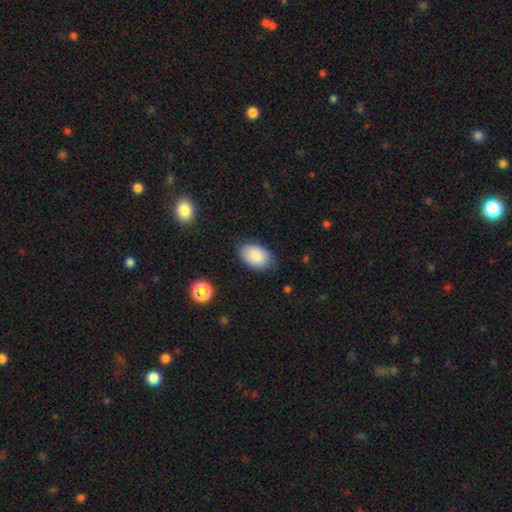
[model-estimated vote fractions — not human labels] This appears to be a smooth galaxy with no disk features (89%) that is in between round and cigar-shaped (92%). Merging: none (79%).